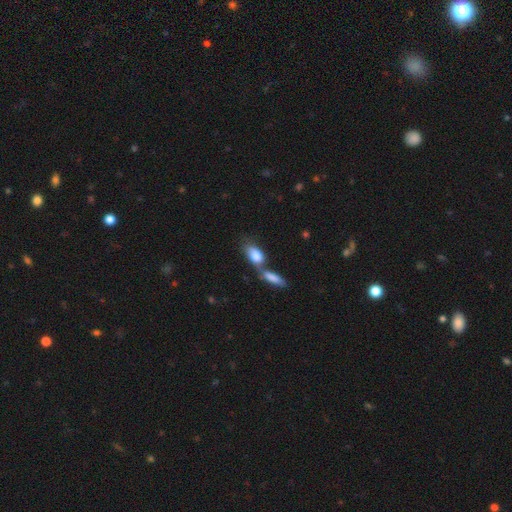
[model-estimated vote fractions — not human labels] Smooth or featured?
  - smooth: 79% *
  - featured or disk: 15%
  - star or artifact: 6%
How rounded?
  - in between: 85% *
  - cigar-shaped: 10%
  - round: 5%
Merging?
  - merger: 60% *
  - none: 26%
  - minor disturbance: 9%
  - major disturbance: 5%